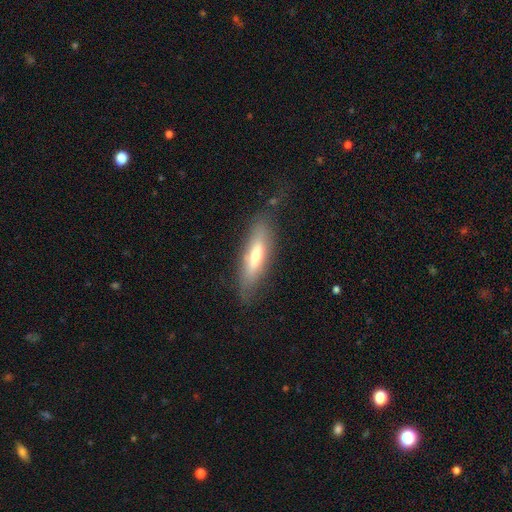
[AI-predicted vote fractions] Morphology: type=smooth (55%); roundness=cigar-shaped (65%); merging=none (73%).